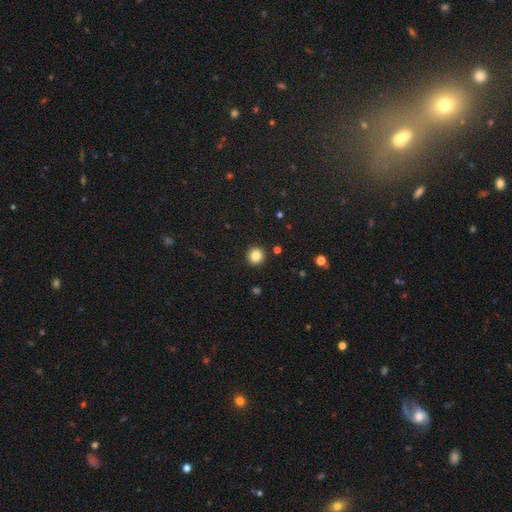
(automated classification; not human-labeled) Smooth or featured? smooth (84%)
How rounded? round (94%)
Merging? none (92%)